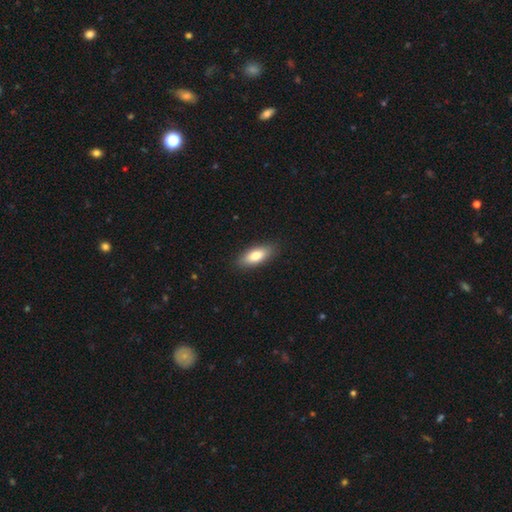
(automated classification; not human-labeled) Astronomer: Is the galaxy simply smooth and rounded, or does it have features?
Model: smooth — 79%.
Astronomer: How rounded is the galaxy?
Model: in between — 81%.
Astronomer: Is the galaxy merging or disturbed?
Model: none — 87%.